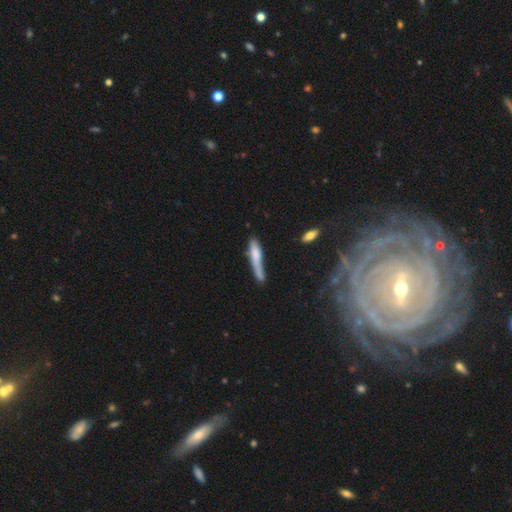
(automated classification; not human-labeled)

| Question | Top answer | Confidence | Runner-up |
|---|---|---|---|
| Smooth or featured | smooth | 69% | featured or disk (24%) |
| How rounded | cigar-shaped | 87% | in between (11%) |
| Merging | none | 40% | minor disturbance (32%) |